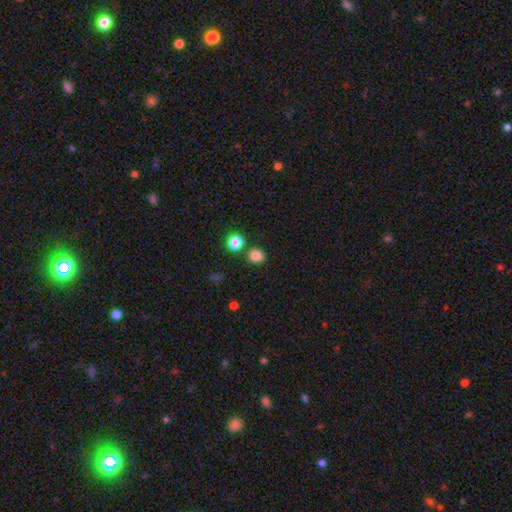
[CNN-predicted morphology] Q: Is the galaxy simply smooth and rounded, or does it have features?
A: smooth — 83%.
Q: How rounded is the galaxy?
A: round — 80%.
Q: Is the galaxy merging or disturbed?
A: none — 81%.